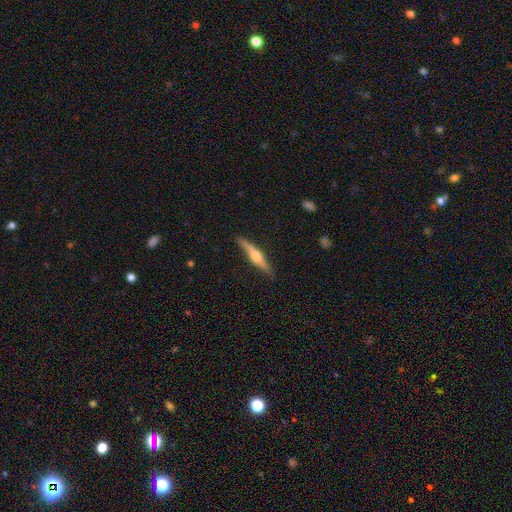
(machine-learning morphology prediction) This is likely a featured or disk galaxy (69%). It is clearly viewed edge-on (97%). Edge-on bulge: clearly rounded (91%). Merging: clearly none (87%).